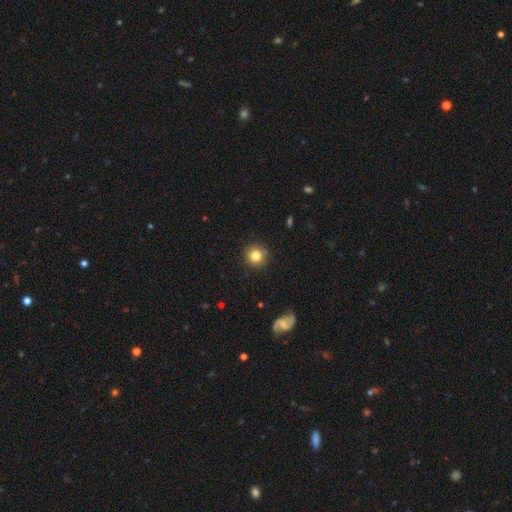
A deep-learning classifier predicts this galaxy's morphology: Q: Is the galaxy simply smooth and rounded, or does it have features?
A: smooth — 81%.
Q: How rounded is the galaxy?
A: round — 93%.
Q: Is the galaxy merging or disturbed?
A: none — 88%.